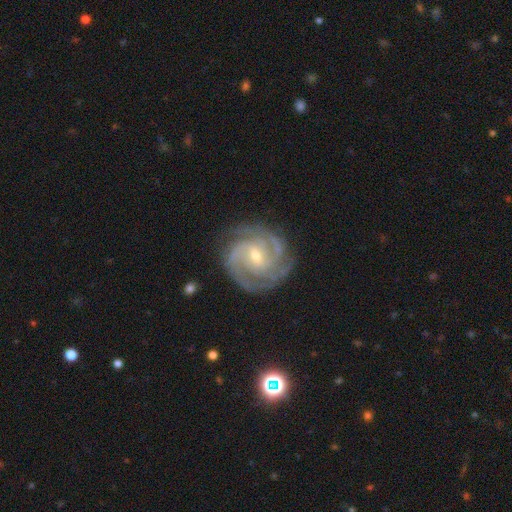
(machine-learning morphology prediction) A featured or disk galaxy (92%) with a weak bar (48%), 3 (41%) tight (68%) spiral arms (98%) and a small central bulge (61%).

Vote fractions:
- Smooth or featured? featured or disk: 92% / star or artifact: 4% / smooth: 4%
- Edge-on disk? no: 98% / yes: 2%
- Bar? weak: 48% / no: 36% / strong: 17%
- Spiral arms? yes: 98% / no: 2%
- Spiral winding? tight: 68% / medium: 29% / loose: 4%
- Spiral arm count? 3: 41% / 2: 22% / 4: 14% / can't tell: 12% / more than 4: 5% / 1: 5%
- Bulge size? small: 61% / moderate: 36% / large: 1% / none: 1% / dominant: 1%
- Merging? none: 81% / minor disturbance: 13% / major disturbance: 4% / merger: 1%